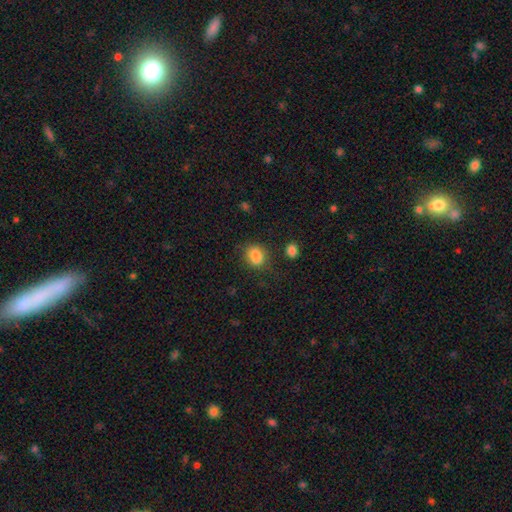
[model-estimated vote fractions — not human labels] This appears to be a smooth galaxy with no disk features (84%) that is in between round and cigar-shaped (54%). Merging: none (67%).